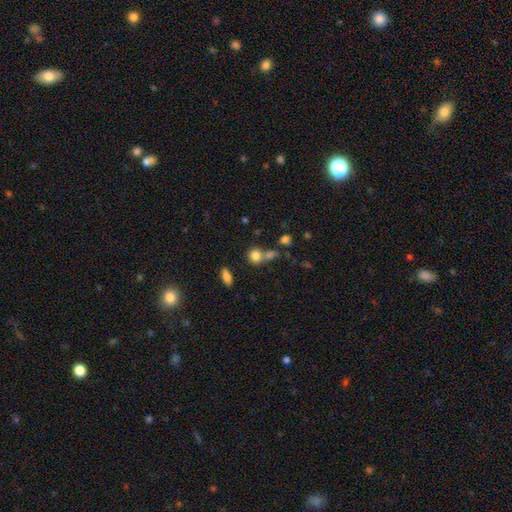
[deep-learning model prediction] This is likely a smooth galaxy (79%). How rounded: likely round (77%). Merging: possibly none (50%).